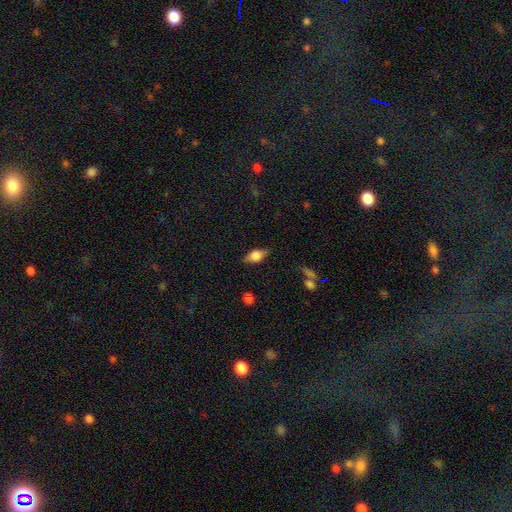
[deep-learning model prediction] This appears to be a smooth galaxy with no disk features (63%) that is in between round and cigar-shaped (81%). Merging: none (79%).